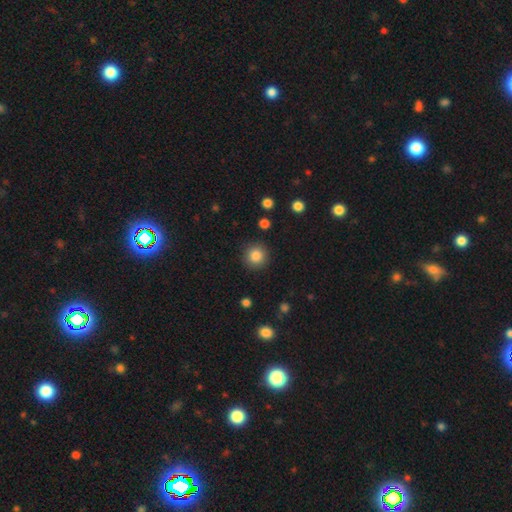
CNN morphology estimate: Smooth or featured?
  - smooth: 85% *
  - star or artifact: 10%
  - featured or disk: 5%
How rounded?
  - round: 94% *
  - in between: 5%
  - cigar-shaped: 1%
Merging?
  - none: 91% *
  - minor disturbance: 6%
  - major disturbance: 2%
  - merger: 1%